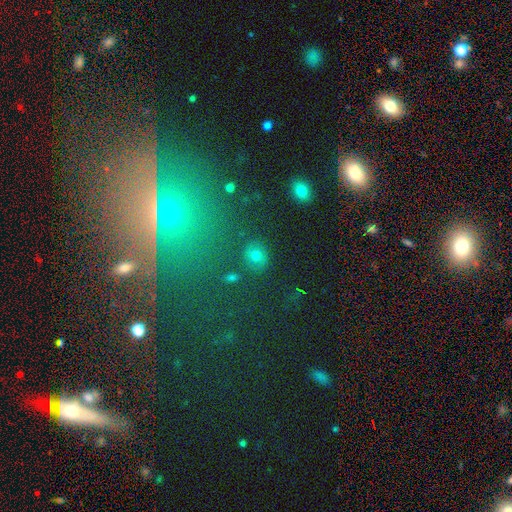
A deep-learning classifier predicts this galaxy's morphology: This appears to be a smooth galaxy with no disk features (68%) that is round (75%). Merging: none (83%).